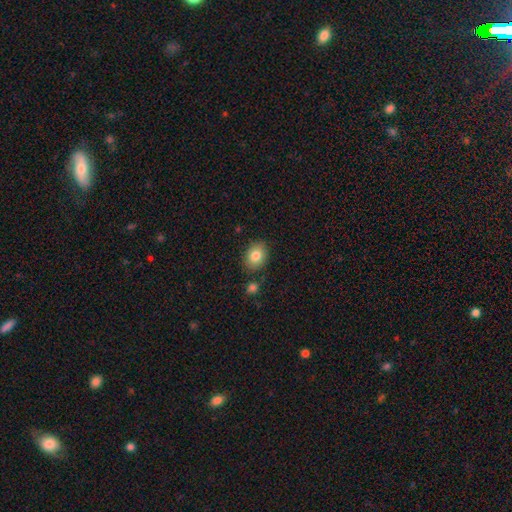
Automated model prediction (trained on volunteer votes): Smooth or featured? smooth (83%)
How rounded? in between (64%)
Merging? none (82%)